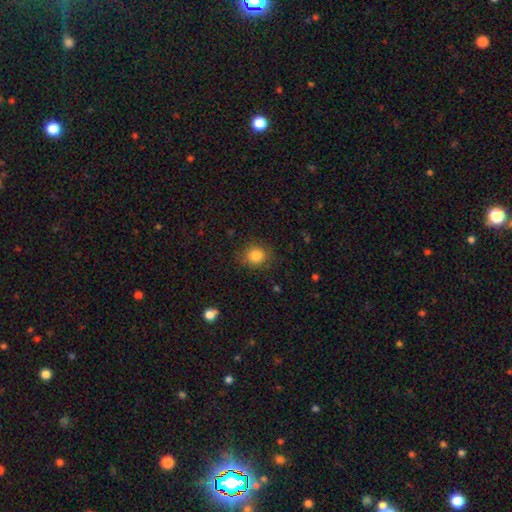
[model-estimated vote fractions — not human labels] smooth_or_featured: smooth (p=0.84) [alt: star or artifact p=0.10]
how_rounded: round (p=0.80) [alt: in between p=0.19]
merging: none (p=0.83) [alt: minor disturbance p=0.12]